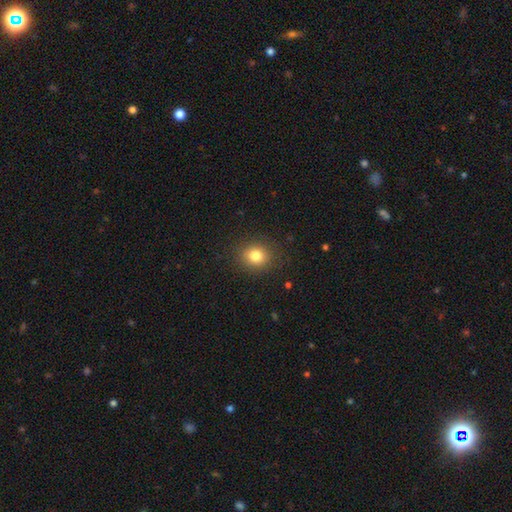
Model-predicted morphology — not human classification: A smooth galaxy with no disk features (81%) that is round (75%).

Vote fractions:
- Smooth or featured? smooth: 81% / star or artifact: 12% / featured or disk: 7%
- How rounded? round: 75% / in between: 24% / cigar-shaped: 1%
- Merging? none: 88% / minor disturbance: 8% / major disturbance: 3% / merger: 1%